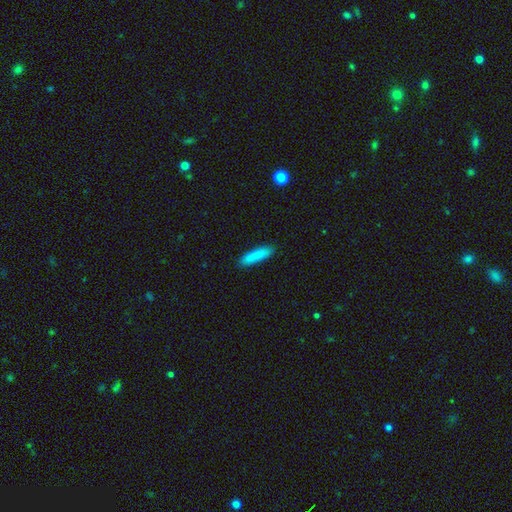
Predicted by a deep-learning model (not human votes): Smooth or featured?
  - smooth: 87% *
  - featured or disk: 7%
  - star or artifact: 6%
How rounded?
  - cigar-shaped: 79% *
  - in between: 20%
  - round: 1%
Merging?
  - none: 87% *
  - minor disturbance: 10%
  - major disturbance: 2%
  - merger: 1%